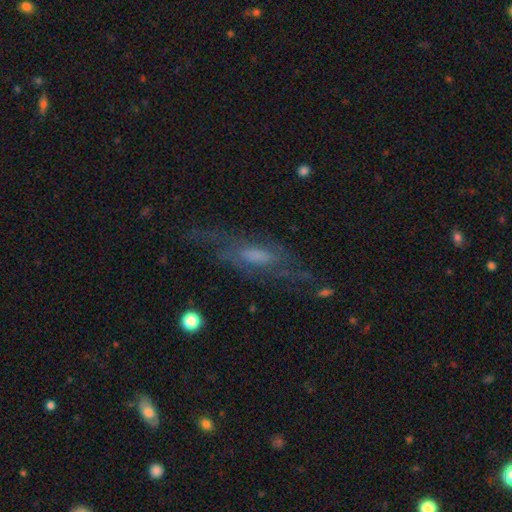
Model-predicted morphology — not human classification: A featured or disk galaxy (70%) with no bar (53%), spiral arms (78%) and a moderate central bulge (35%). Merging: none (63%).